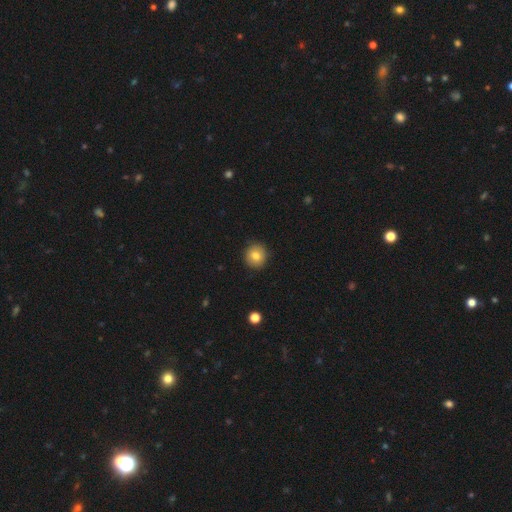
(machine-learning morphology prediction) Q: Smooth or featured?
A: smooth (80%); runner-up: featured or disk (10%)
Q: How rounded?
A: round (92%); runner-up: in between (7%)
Q: Merging?
A: none (90%); runner-up: minor disturbance (7%)